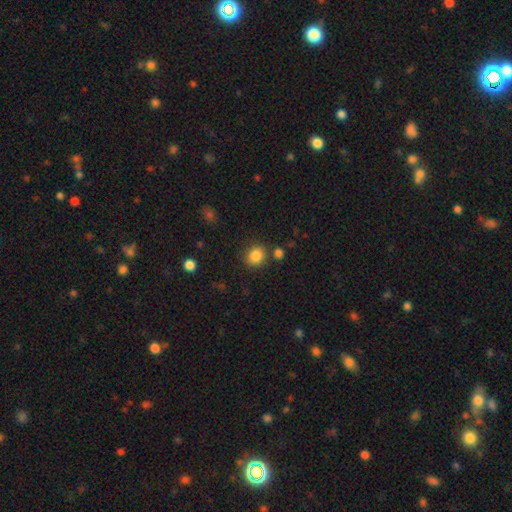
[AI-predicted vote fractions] Smooth or featured? Predicted: smooth (p=0.85). How rounded? Predicted: round (p=0.84). Merging? Predicted: none (p=0.80).